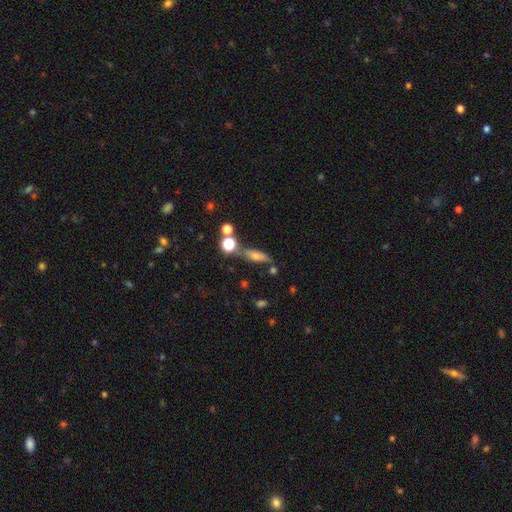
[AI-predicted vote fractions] Smooth or featured: smooth — 57% (featured or disk — 27%)
How rounded: cigar-shaped — 49% (in between — 41%)
Merging: none — 62% (minor disturbance — 16%)